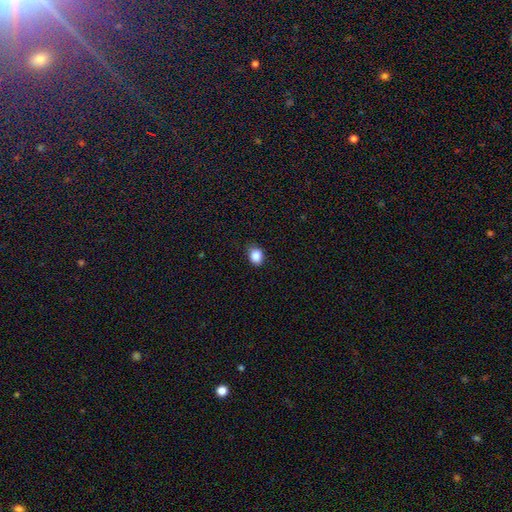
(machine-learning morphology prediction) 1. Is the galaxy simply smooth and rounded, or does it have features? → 86% smooth, 10% star or artifact, 4% featured or disk.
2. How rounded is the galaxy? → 52% in between, 47% round, 1% cigar-shaped.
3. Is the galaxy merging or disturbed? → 83% none, 14% minor disturbance, 3% major disturbance, 1% merger.